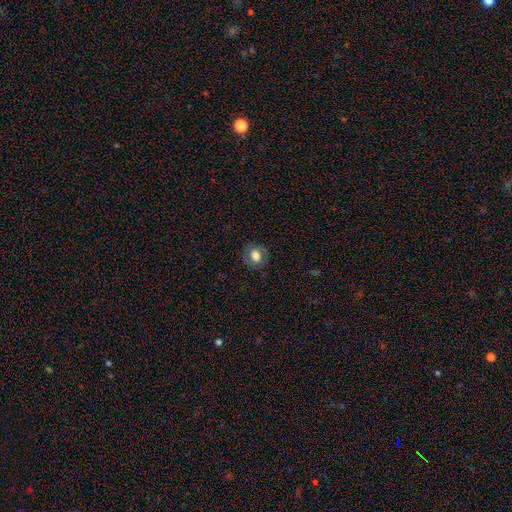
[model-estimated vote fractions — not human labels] Smooth or featured? Predicted: smooth (p=0.70). How rounded? Predicted: round (p=0.69). Merging? Predicted: none (p=0.82).